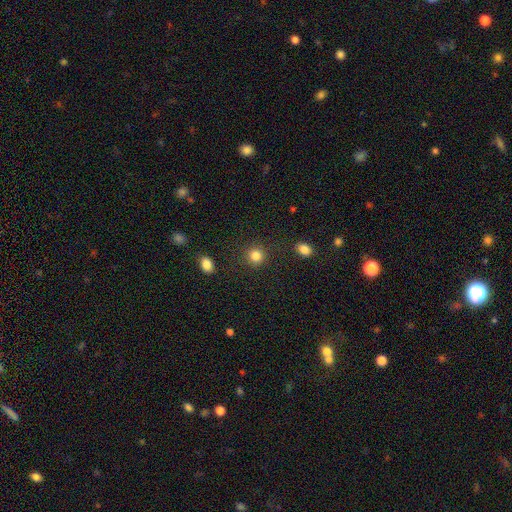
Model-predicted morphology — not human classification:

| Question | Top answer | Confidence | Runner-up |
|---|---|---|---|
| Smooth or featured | smooth | 84% | star or artifact (11%) |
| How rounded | round | 91% | in between (8%) |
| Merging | none | 87% | minor disturbance (7%) |